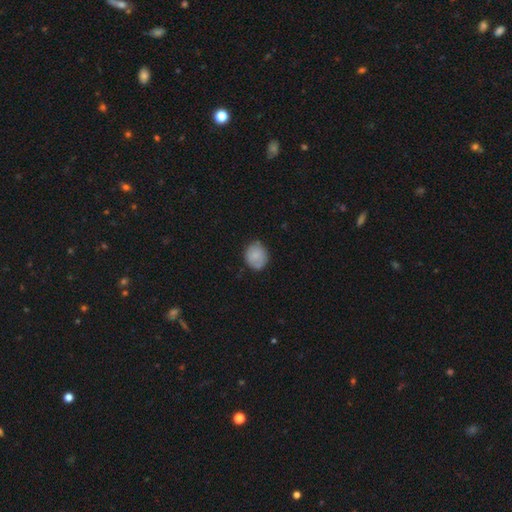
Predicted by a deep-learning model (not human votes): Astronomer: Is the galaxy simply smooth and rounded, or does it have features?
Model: smooth — 78%.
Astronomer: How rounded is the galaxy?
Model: round — 73%.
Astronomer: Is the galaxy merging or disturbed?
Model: none — 75%.